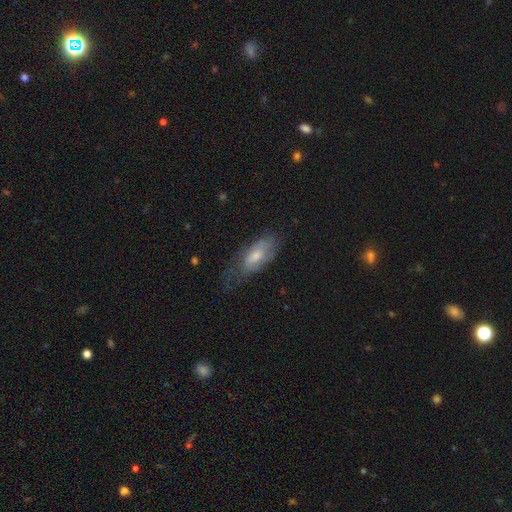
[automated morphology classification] type=featured or disk (48%); merging=none (48%).